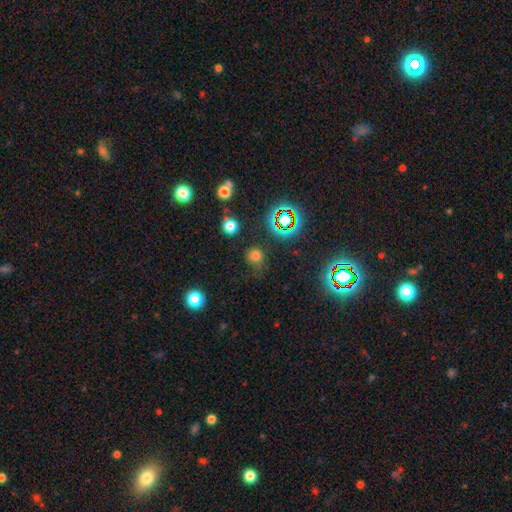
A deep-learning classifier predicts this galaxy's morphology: smooth-or-featured: smooth: 65% | star or artifact: 27% | featured or disk: 8%
  how-rounded: round: 87% | in between: 12% | cigar-shaped: 1%
  merging: none: 69% | minor disturbance: 18% | major disturbance: 9% | merger: 3%